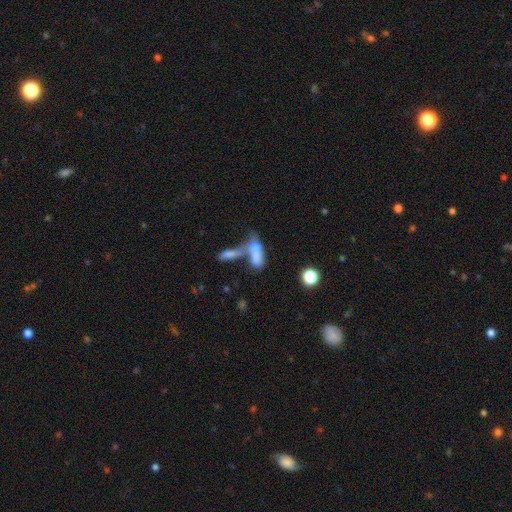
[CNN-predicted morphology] Smooth or featured?
  - smooth: 63% *
  - featured or disk: 25%
  - star or artifact: 12%
How rounded?
  - in between: 61% *
  - cigar-shaped: 33%
  - round: 6%
Merging?
  - merger: 59% *
  - none: 22%
  - minor disturbance: 10%
  - major disturbance: 9%